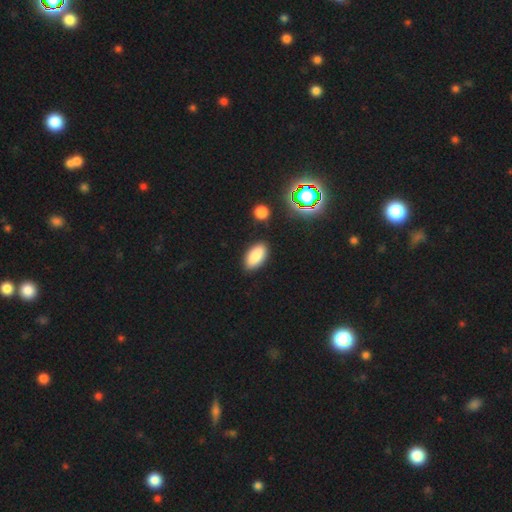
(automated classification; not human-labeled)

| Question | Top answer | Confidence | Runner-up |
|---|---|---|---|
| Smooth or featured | smooth | 86% | star or artifact (9%) |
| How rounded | in between | 92% | cigar-shaped (5%) |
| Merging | none | 87% | minor disturbance (9%) |